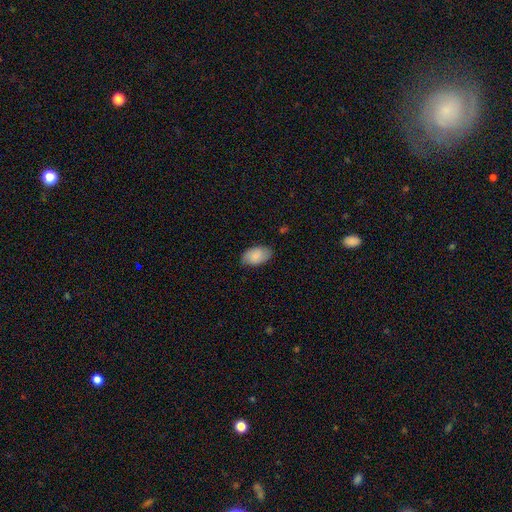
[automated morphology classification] Q: Smooth or featured?
A: smooth (73%); runner-up: featured or disk (20%)
Q: How rounded?
A: in between (94%); runner-up: round (5%)
Q: Merging?
A: none (78%); runner-up: minor disturbance (17%)